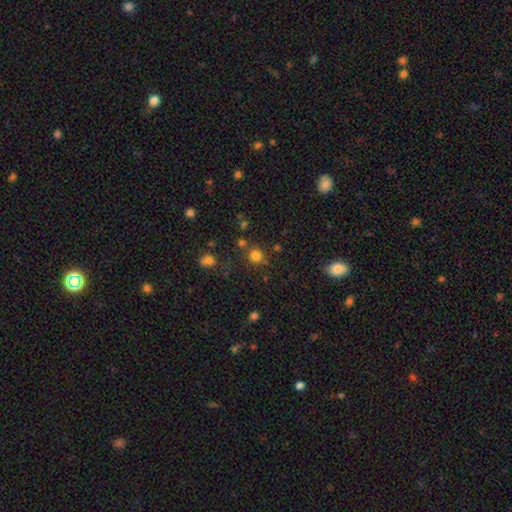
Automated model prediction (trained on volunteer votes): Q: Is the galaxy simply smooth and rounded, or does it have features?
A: smooth — 78%.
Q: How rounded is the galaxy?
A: round — 89%.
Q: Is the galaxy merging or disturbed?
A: none — 78%.